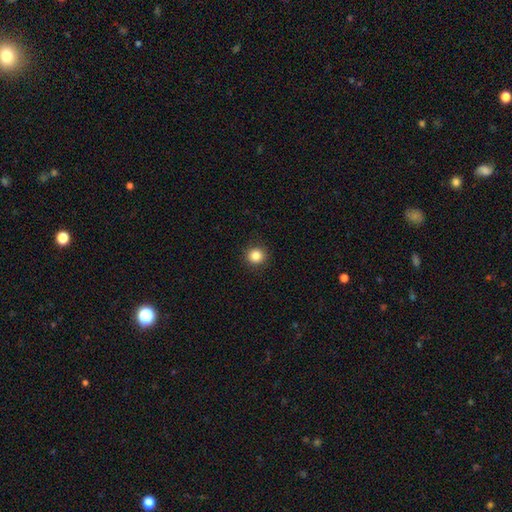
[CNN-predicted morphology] A smooth galaxy with no disk features (84%) that is round (94%). Merging: none (92%).